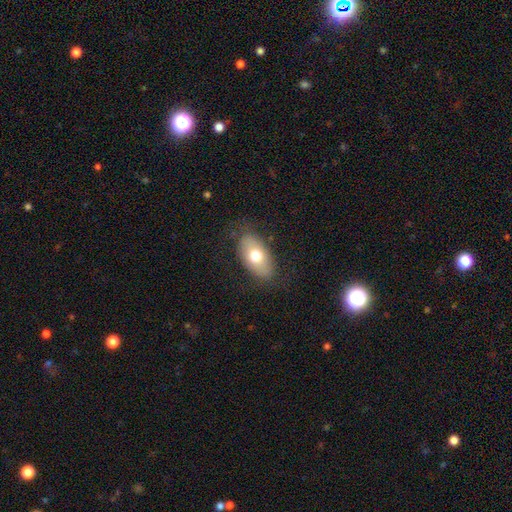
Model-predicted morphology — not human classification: Smooth or featured: smooth — 69% (featured or disk — 24%)
How rounded: in between — 92% (round — 5%)
Merging: none — 78% (minor disturbance — 15%)